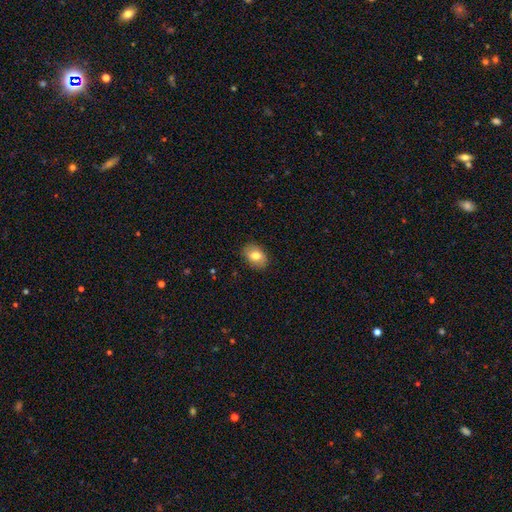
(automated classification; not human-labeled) Q: Smooth or featured?
A: smooth (77%); runner-up: featured or disk (15%)
Q: How rounded?
A: in between (78%); runner-up: round (21%)
Q: Merging?
A: none (87%); runner-up: minor disturbance (10%)